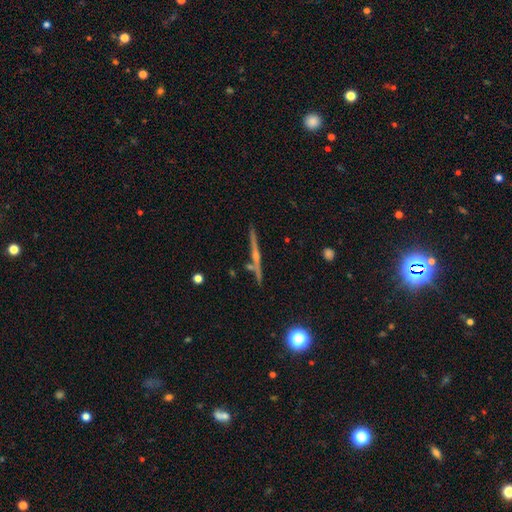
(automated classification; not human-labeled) Smooth or featured? featured or disk (50%)
Edge-on disk? yes (85%)
Merging? none (79%)